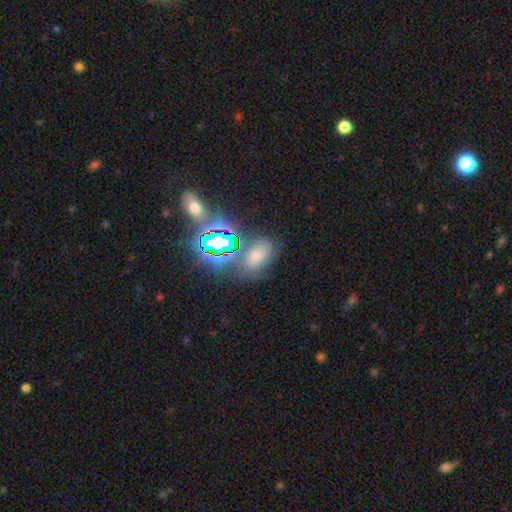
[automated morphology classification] Smooth or featured?
  - smooth: 54% *
  - star or artifact: 33%
  - featured or disk: 13%
How rounded?
  - in between: 85% *
  - round: 13%
  - cigar-shaped: 2%
Merging?
  - none: 69% *
  - minor disturbance: 16%
  - merger: 7%
  - major disturbance: 7%